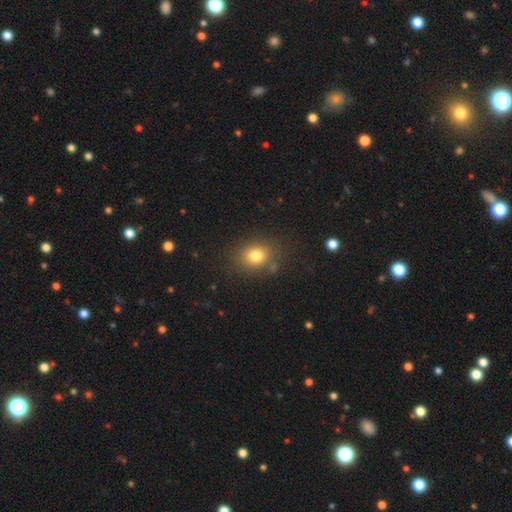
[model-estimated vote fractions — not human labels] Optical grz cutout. It shows a smooth galaxy with no disk features (78%) that is round (59%). Merging: none (81%).